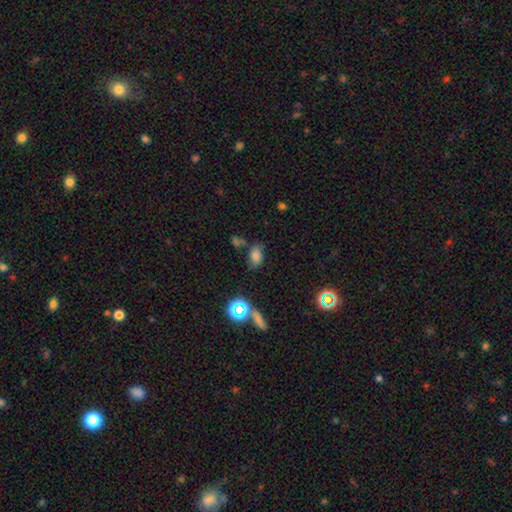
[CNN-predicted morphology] type=smooth (73%); roundness=in between (81%); merging=none (58%).